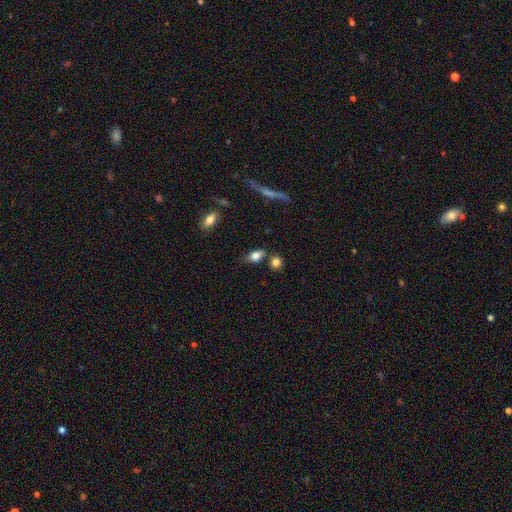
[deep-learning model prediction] This appears to be a smooth galaxy with no disk features (80%) that is in between round and cigar-shaped (78%). Merging: none (63%).